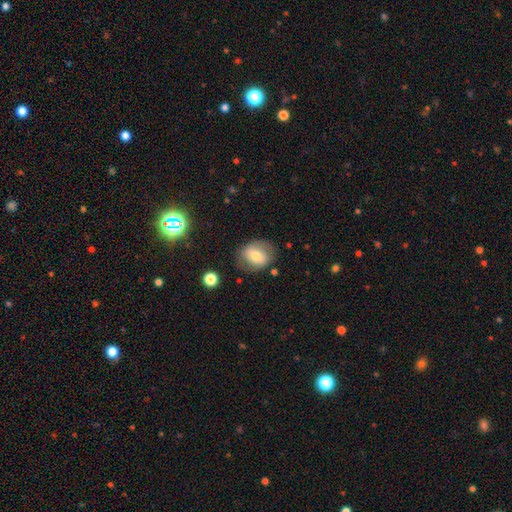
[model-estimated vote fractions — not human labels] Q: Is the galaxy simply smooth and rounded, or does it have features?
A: smooth — 61%.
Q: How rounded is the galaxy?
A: round — 50%.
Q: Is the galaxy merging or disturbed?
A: none — 70%.